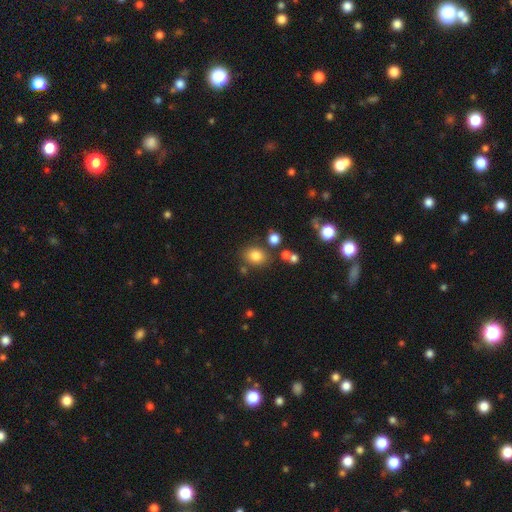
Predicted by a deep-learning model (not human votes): Smooth or featured?
  - smooth: 80% *
  - star or artifact: 13%
  - featured or disk: 7%
How rounded?
  - round: 51% *
  - in between: 48%
  - cigar-shaped: 1%
Merging?
  - none: 76% *
  - minor disturbance: 12%
  - merger: 8%
  - major disturbance: 4%